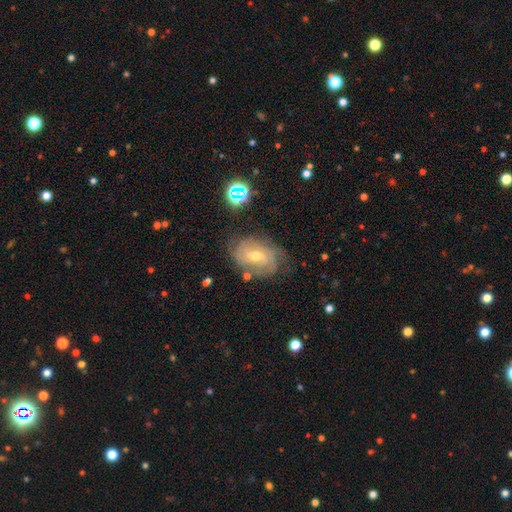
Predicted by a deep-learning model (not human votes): Q: Smooth or featured?
A: featured or disk (83%); runner-up: smooth (9%)
Q: Edge-on disk?
A: no (96%); runner-up: yes (4%)
Q: Bar?
A: weak (52%); runner-up: no (31%)
Q: Spiral arms?
A: yes (95%); runner-up: no (5%)
Q: Spiral winding?
A: tight (66%); runner-up: medium (27%)
Q: Spiral arm count?
A: can't tell (35%); runner-up: 3 (24%)
Q: Bulge size?
A: moderate (53%); runner-up: small (44%)
Q: Merging?
A: none (71%); runner-up: minor disturbance (19%)